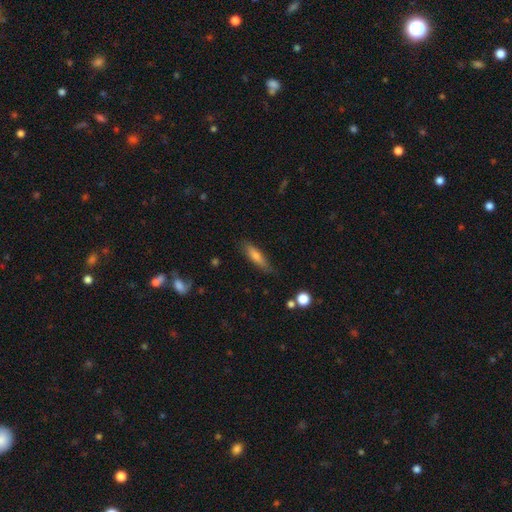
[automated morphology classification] type=smooth (64%); roundness=cigar-shaped (73%); merging=none (80%).